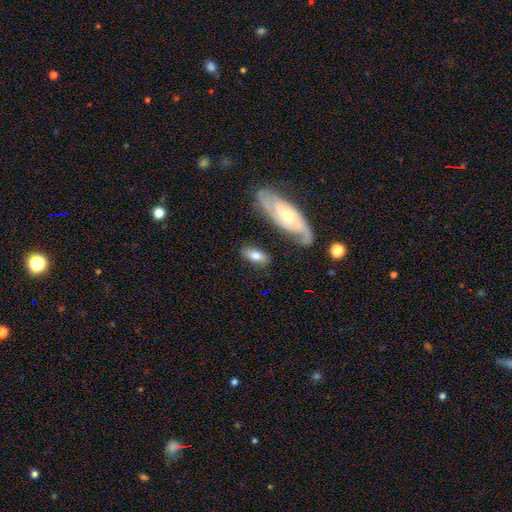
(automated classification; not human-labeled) Smooth or featured: smooth — 65% (featured or disk — 29%)
How rounded: in between — 82% (cigar-shaped — 15%)
Merging: none — 74% (minor disturbance — 15%)